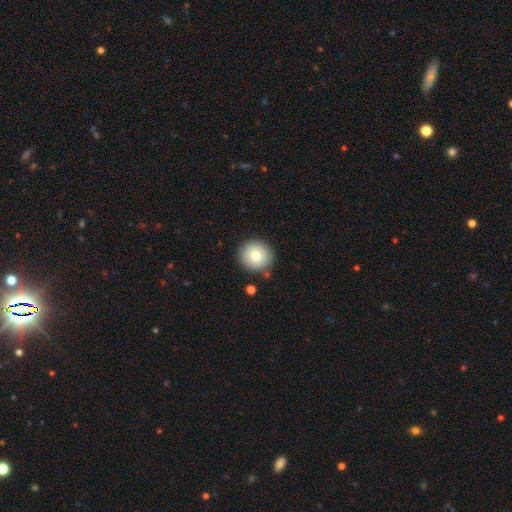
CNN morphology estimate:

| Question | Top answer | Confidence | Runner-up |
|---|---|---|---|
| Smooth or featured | smooth | 79% | featured or disk (11%) |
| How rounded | round | 92% | in between (7%) |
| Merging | none | 87% | minor disturbance (8%) |